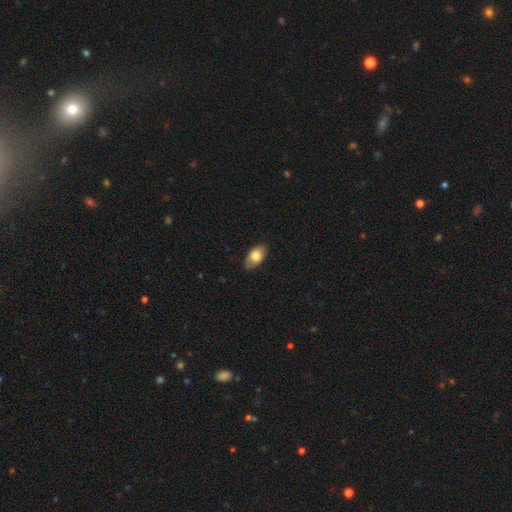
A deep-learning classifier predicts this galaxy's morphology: Smooth or featured?
  - smooth: 79% *
  - featured or disk: 15%
  - star or artifact: 7%
How rounded?
  - in between: 92% *
  - round: 6%
  - cigar-shaped: 2%
Merging?
  - none: 82% *
  - minor disturbance: 15%
  - major disturbance: 2%
  - merger: 1%